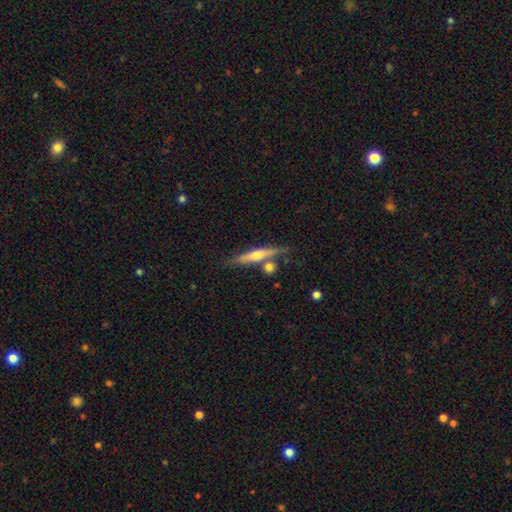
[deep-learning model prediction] featured or disk 55%, smooth 39%, star or artifact 6%. Down the decision tree: edge-on disk — yes (93%); edge-on bulge — rounded (81%); merging — none (70%).